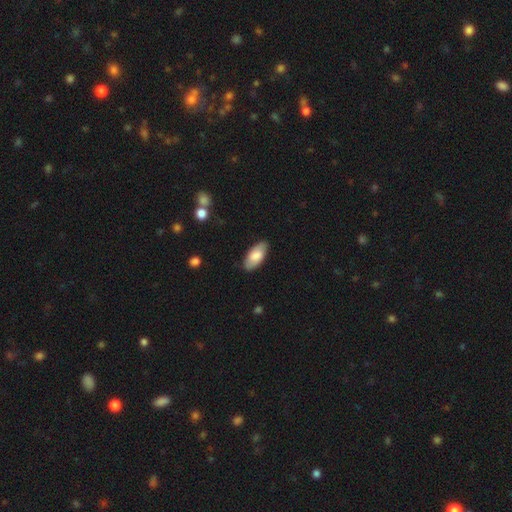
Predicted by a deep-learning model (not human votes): This is likely a smooth galaxy (78%). How rounded: clearly in between (91%). Merging: clearly none (85%).